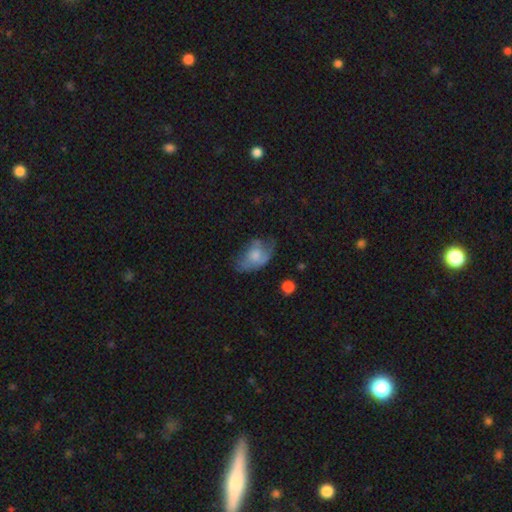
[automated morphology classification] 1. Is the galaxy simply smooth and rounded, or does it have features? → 55% smooth, 36% featured or disk, 9% star or artifact.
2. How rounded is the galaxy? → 87% in between, 11% round, 2% cigar-shaped.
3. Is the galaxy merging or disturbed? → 33% none, 32% minor disturbance, 32% major disturbance, 3% merger.